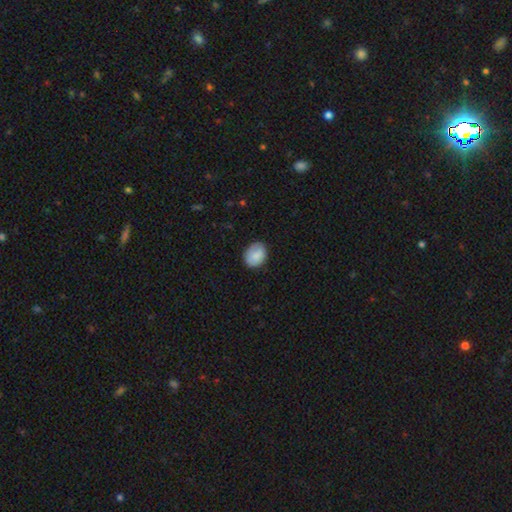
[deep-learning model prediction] A smooth galaxy with no disk features (86%) that is in between round and cigar-shaped (62%). Merging: none (78%).